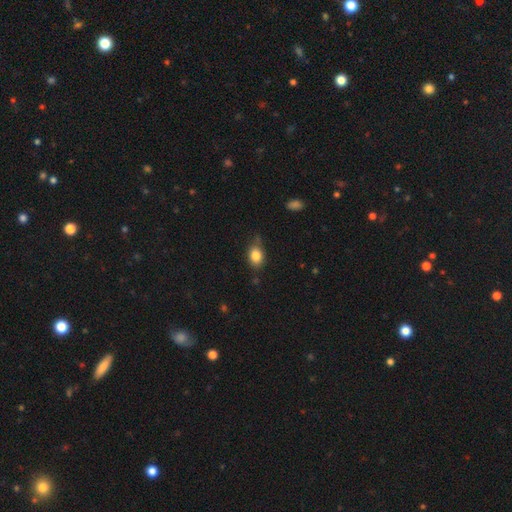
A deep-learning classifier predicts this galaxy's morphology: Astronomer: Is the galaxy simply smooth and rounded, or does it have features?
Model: smooth — 84%.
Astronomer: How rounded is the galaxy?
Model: in between — 69%.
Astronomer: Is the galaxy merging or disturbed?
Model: none — 67%.